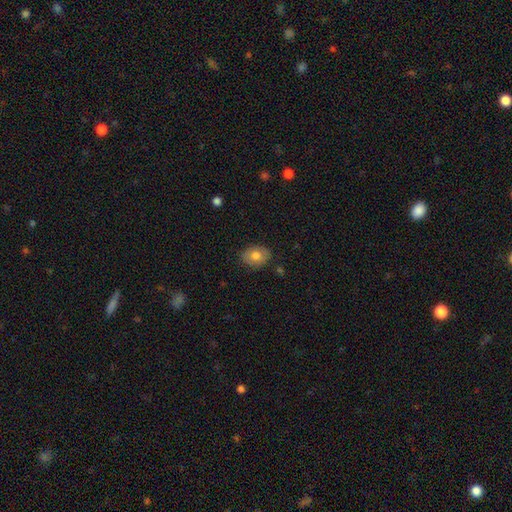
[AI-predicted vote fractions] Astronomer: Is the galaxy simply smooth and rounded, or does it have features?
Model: smooth — 77%.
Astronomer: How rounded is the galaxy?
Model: in between — 60% (runner-up: round, 39%).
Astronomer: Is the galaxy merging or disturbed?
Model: none — 85%.